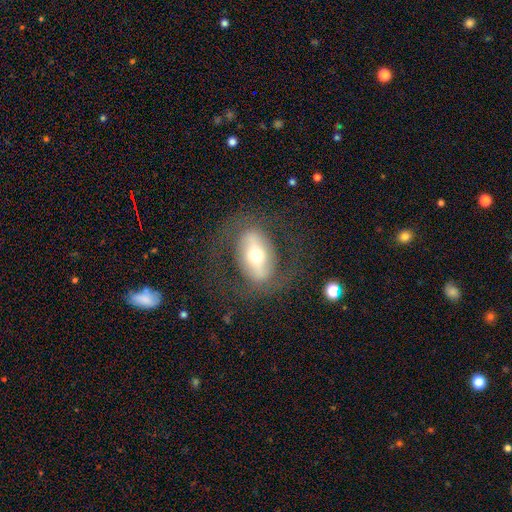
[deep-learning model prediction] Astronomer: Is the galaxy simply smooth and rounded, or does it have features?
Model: featured or disk — 61%.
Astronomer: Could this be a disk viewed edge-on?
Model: no — 87%.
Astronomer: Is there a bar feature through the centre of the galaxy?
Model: strong — 53%.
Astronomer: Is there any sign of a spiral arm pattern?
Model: no — 64%.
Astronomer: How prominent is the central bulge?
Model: moderate — 62%.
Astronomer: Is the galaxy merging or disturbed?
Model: none — 73%.